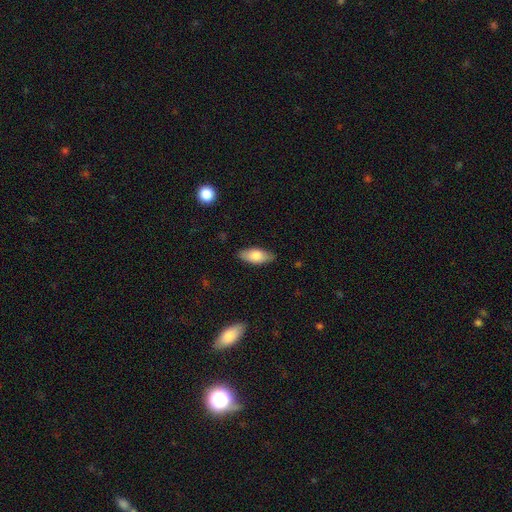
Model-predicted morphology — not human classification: Smooth or featured: smooth — 76% (featured or disk — 18%)
How rounded: in between — 85% (cigar-shaped — 13%)
Merging: none — 84% (minor disturbance — 13%)